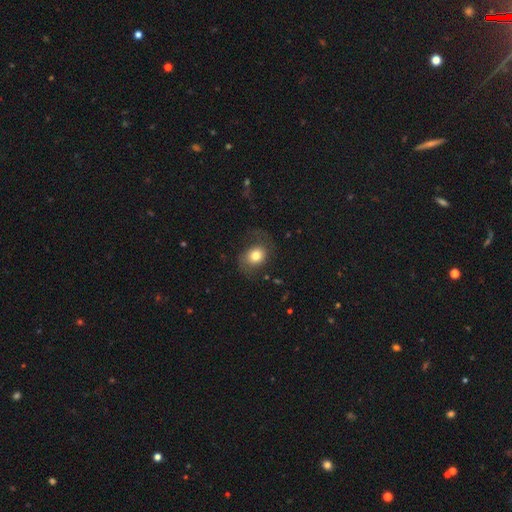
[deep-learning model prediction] This is likely a smooth galaxy (66%). How rounded: possibly round (59%). Merging: possibly none (57%).